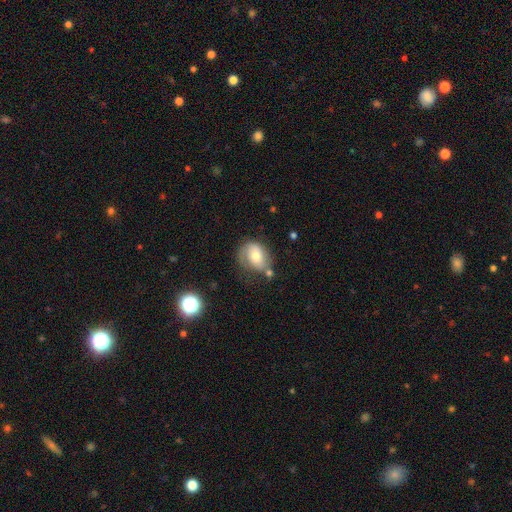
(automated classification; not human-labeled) This appears to be a smooth galaxy with no disk features (49%). Merging: none (46%).